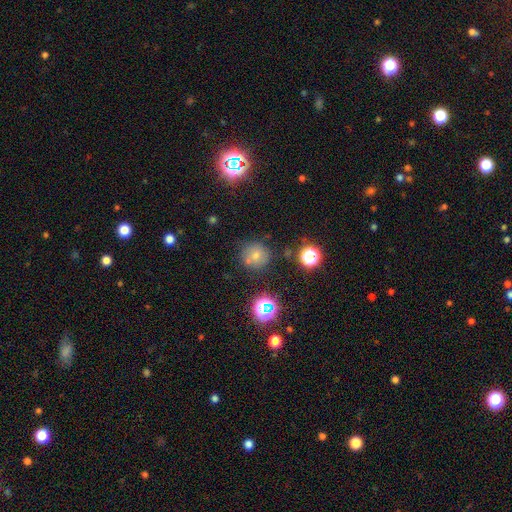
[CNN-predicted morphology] The model was most divided on "smooth or featured": smooth: 53%, star or artifact: 33%, featured or disk: 14%. More confident: how rounded — round (92%); merging — none (80%).